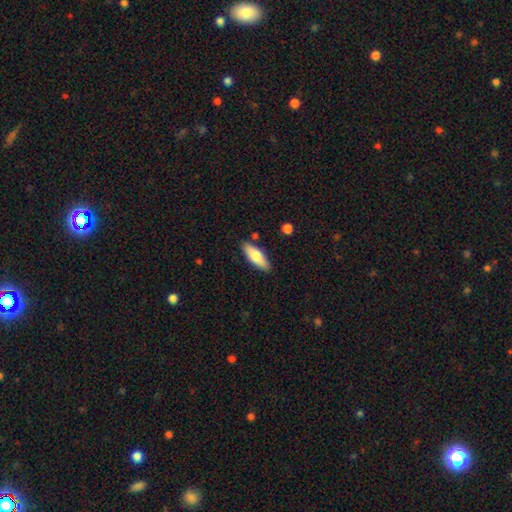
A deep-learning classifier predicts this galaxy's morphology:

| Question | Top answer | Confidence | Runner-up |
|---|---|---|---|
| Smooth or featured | smooth | 71% | featured or disk (23%) |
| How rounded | in between | 59% | cigar-shaped (39%) |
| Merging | none | 85% | minor disturbance (10%) |